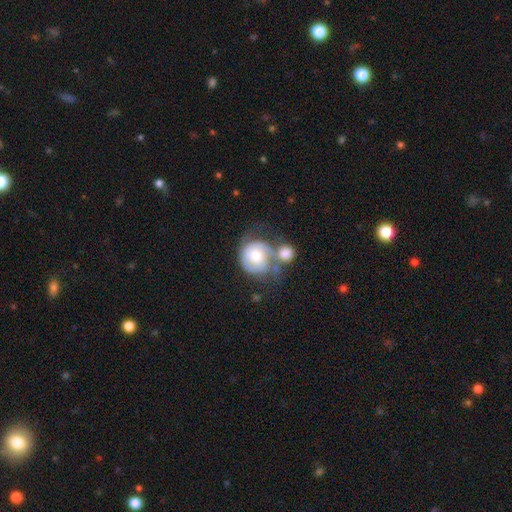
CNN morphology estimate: smooth-or-featured: smooth: 47% (tied) | featured or disk: 47% (tied) | star or artifact: 6%
  merging: merger: 46% | none: 22% | major disturbance: 17% | minor disturbance: 15%